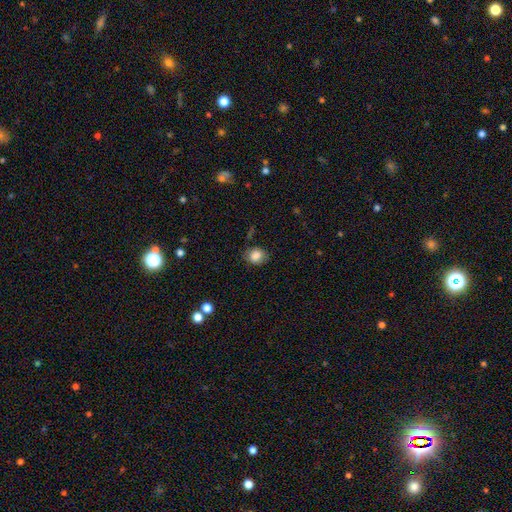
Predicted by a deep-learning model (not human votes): This appears to be a smooth galaxy with no disk features (84%) that is round (61%). Merging: none (77%).